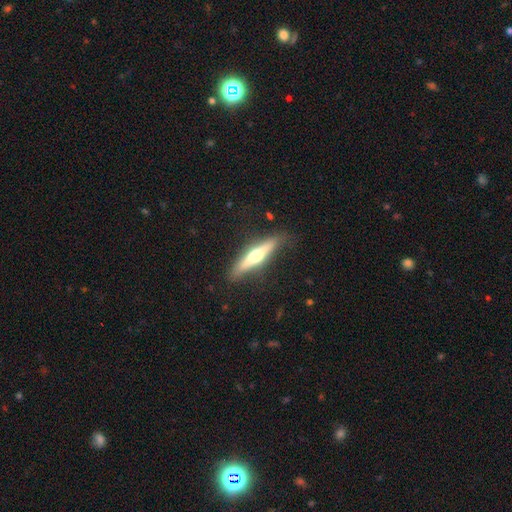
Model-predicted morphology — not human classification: Q: Smooth or featured?
A: featured or disk (55%); runner-up: smooth (39%)
Q: Edge-on disk?
A: yes (93%); runner-up: no (7%)
Q: Edge-on bulge?
A: rounded (90%); runner-up: none (6%)
Q: Merging?
A: none (84%); runner-up: minor disturbance (11%)